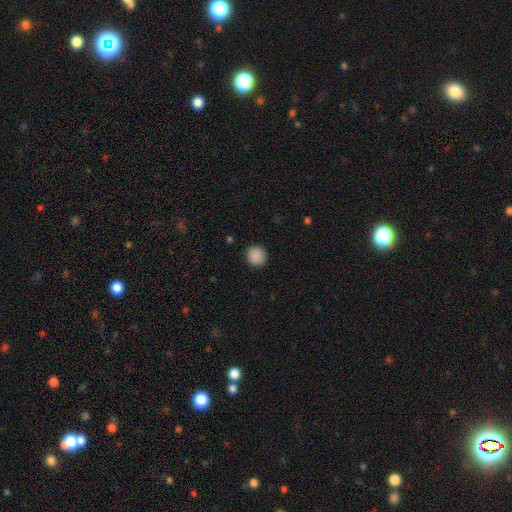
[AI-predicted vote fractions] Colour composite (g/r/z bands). It shows a smooth galaxy with no disk features (89%) that is round (88%). Merging: none (89%).